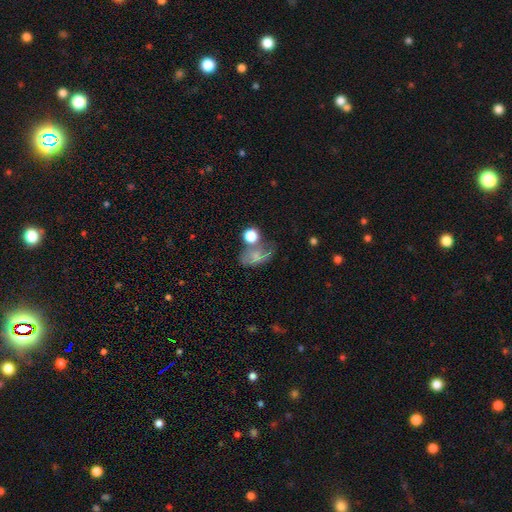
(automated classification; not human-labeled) Q: Smooth or featured?
A: smooth (54%); runner-up: featured or disk (32%)
Q: How rounded?
A: in between (69%); runner-up: round (28%)
Q: Merging?
A: major disturbance (30%); runner-up: none (28%)